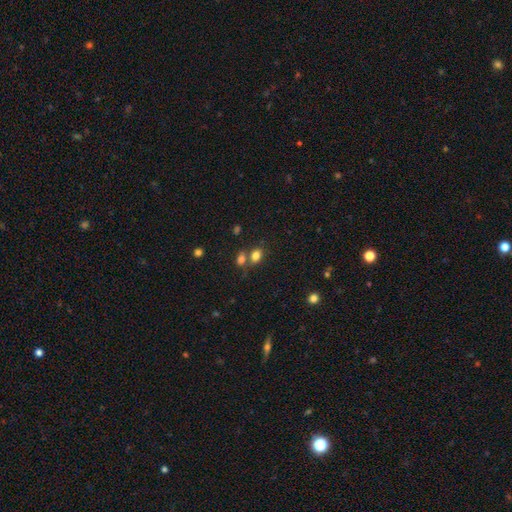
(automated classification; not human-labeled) Overall: smooth (80%). How rounded: in between (77%). Merging: none (49%; merger 36%).